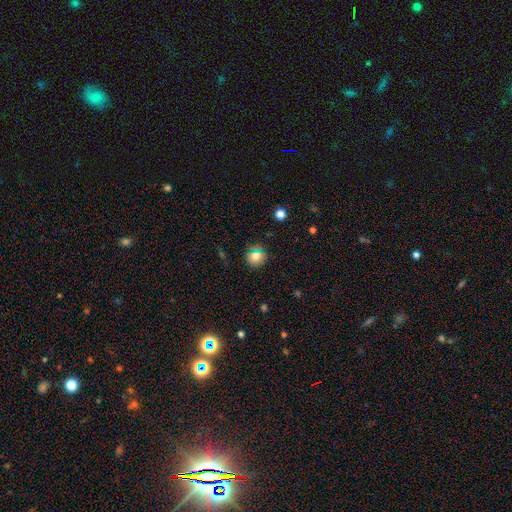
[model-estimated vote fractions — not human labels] Smooth or featured? smooth (75%)
How rounded? round (90%)
Merging? none (83%)